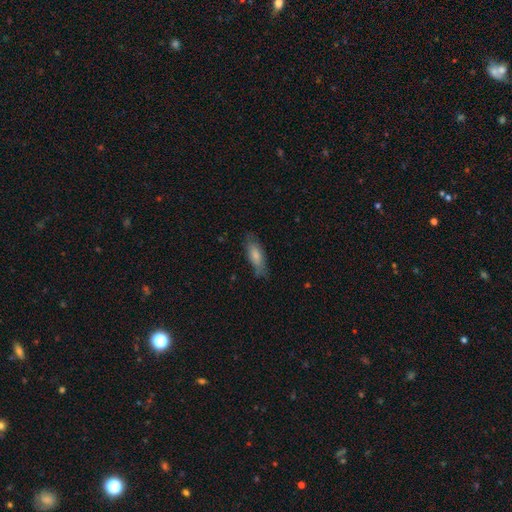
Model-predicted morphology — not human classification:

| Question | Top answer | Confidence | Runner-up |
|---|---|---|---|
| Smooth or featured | smooth | 76% | featured or disk (18%) |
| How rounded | in between | 60% | cigar-shaped (38%) |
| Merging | none | 70% | minor disturbance (22%) |